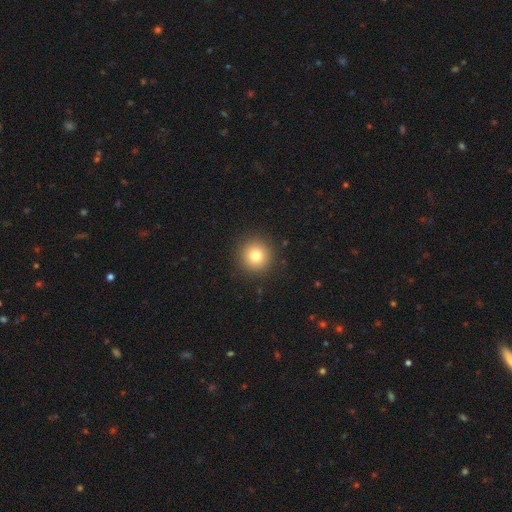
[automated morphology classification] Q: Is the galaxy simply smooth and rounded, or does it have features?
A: smooth — 79%.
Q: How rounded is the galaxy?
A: round — 94%.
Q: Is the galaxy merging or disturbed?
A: none — 91%.